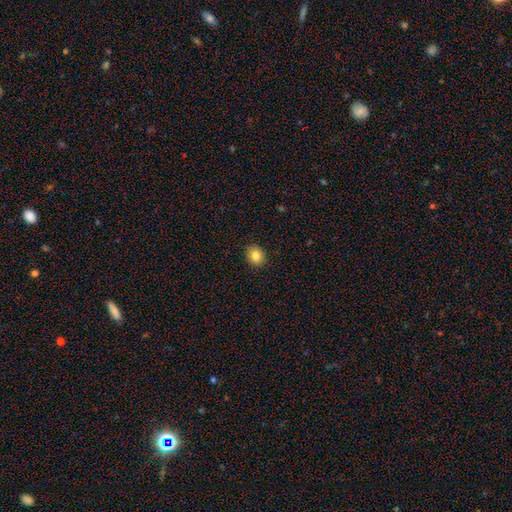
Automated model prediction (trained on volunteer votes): A smooth galaxy with no disk features (83%) that is round (72%).

Vote fractions:
- Smooth or featured? smooth: 83% / star or artifact: 10% / featured or disk: 7%
- How rounded? round: 72% / in between: 27% / cigar-shaped: 1%
- Merging? none: 91% / minor disturbance: 6% / major disturbance: 2% / merger: 1%